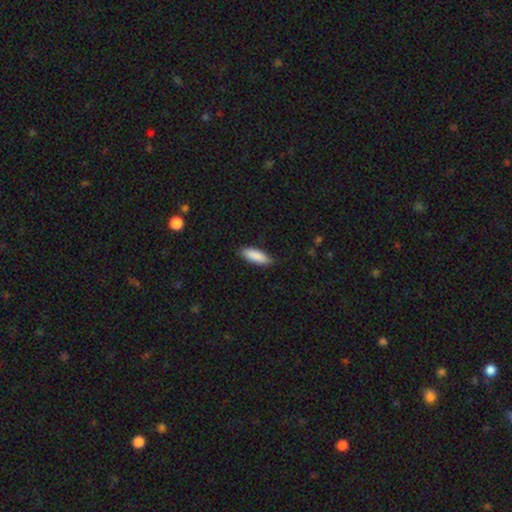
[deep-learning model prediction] Q: Smooth or featured?
A: smooth (89%); runner-up: star or artifact (6%)
Q: How rounded?
A: in between (67%); runner-up: cigar-shaped (31%)
Q: Merging?
A: none (83%); runner-up: minor disturbance (14%)